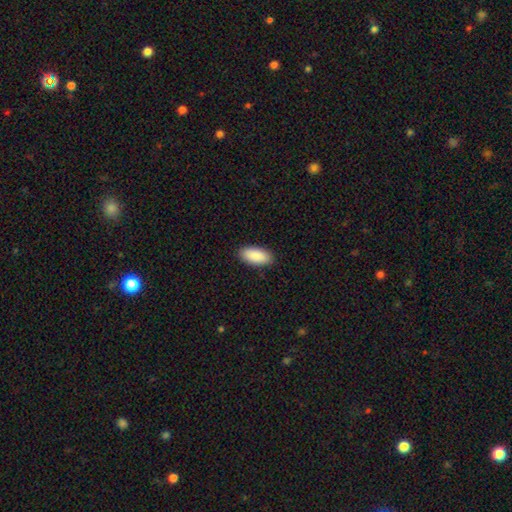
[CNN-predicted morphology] This appears to be a smooth galaxy with no disk features (91%) that is in between round and cigar-shaped (91%). Merging: none (90%).